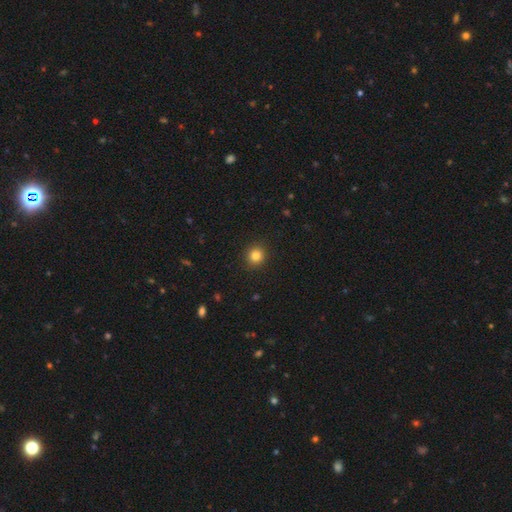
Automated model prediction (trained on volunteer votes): This appears to be a smooth galaxy with no disk features (83%) that is round (92%). Merging: none (92%).